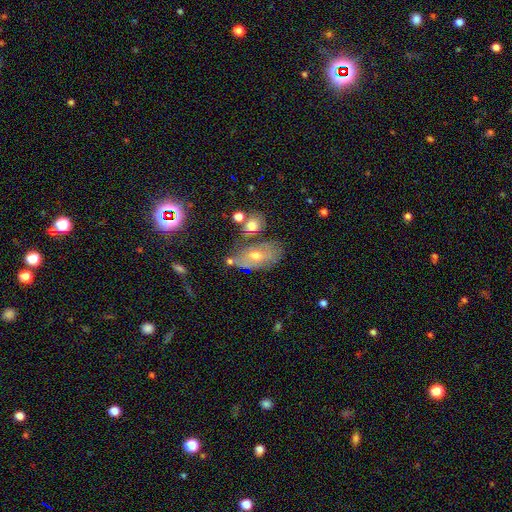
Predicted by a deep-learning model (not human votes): Smooth or featured? smooth (46%)
Merging? none (57%)